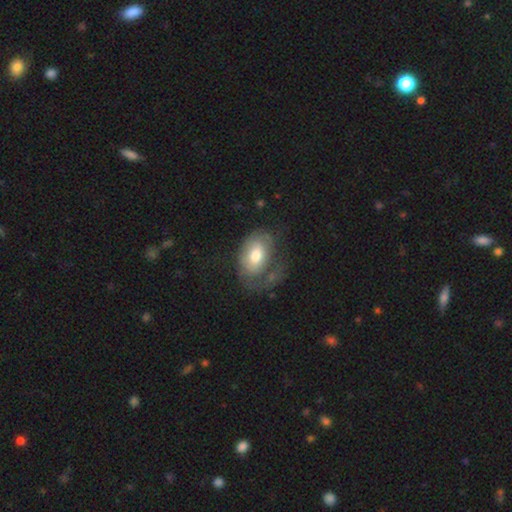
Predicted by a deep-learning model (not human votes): Smooth or featured?
  - smooth: 54% *
  - featured or disk: 40%
  - star or artifact: 6%
How rounded?
  - in between: 85% *
  - round: 14%
  - cigar-shaped: 1%
Merging?
  - none: 36% *
  - major disturbance: 35%
  - minor disturbance: 25%
  - merger: 3%